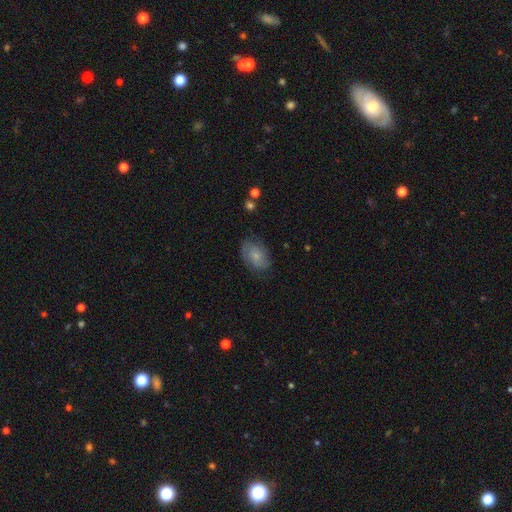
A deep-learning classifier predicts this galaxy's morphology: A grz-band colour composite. It shows a featured or disk galaxy (47%). Merging: none (70%).